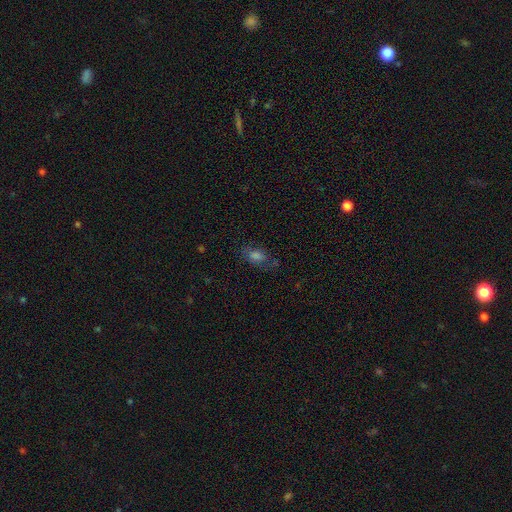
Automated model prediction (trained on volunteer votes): This is possibly a smooth galaxy (53%). How rounded: likely in between (79%). Merging: likely none (66%).